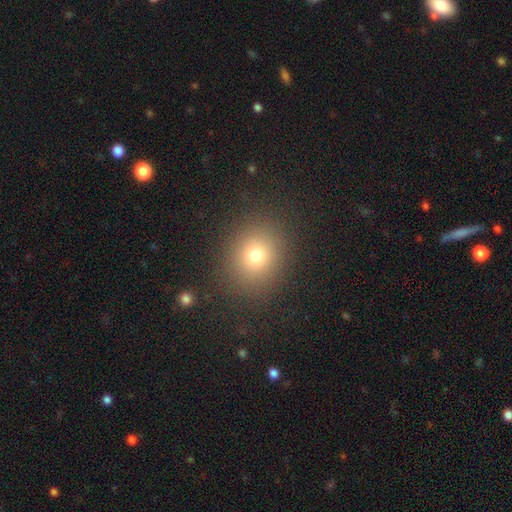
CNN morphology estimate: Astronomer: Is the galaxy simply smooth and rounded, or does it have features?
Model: smooth — 74%.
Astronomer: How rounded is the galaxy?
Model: round — 72%.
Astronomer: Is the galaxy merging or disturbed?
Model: none — 88%.